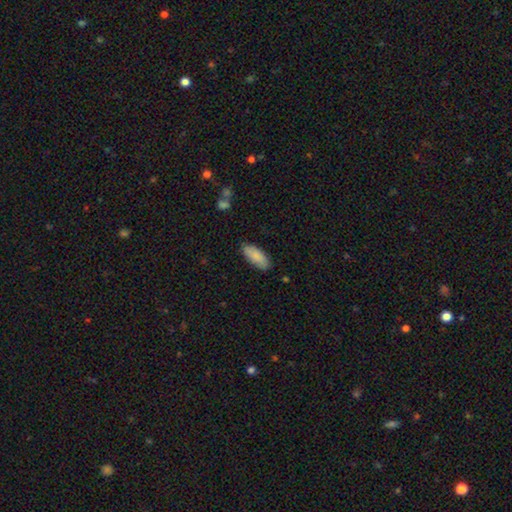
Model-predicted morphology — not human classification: This is clearly a smooth galaxy (87%). How rounded: likely in between (79%). Merging: clearly none (85%).